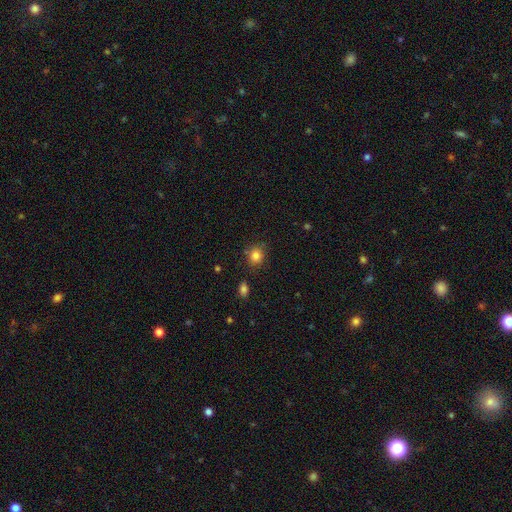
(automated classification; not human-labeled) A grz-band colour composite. It shows a smooth galaxy with no disk features (83%) that is round (74%). Merging: none (79%).